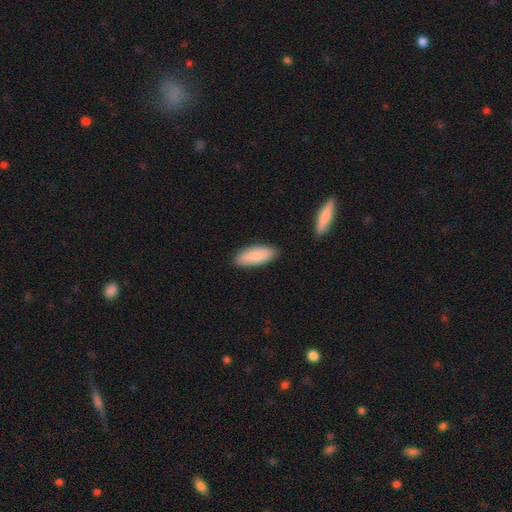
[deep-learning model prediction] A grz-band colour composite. It shows a smooth galaxy with no disk features (84%) that is in between round and cigar-shaped (72%). Merging: none (87%).